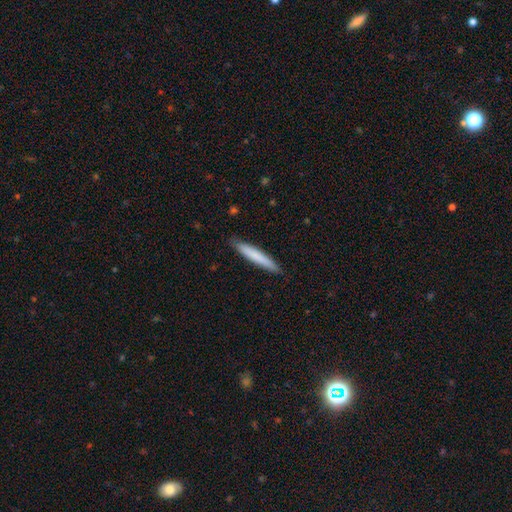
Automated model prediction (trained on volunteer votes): This appears to be a smooth galaxy with no disk features (76%) that is cigar-shaped (95%). Merging: none (89%).